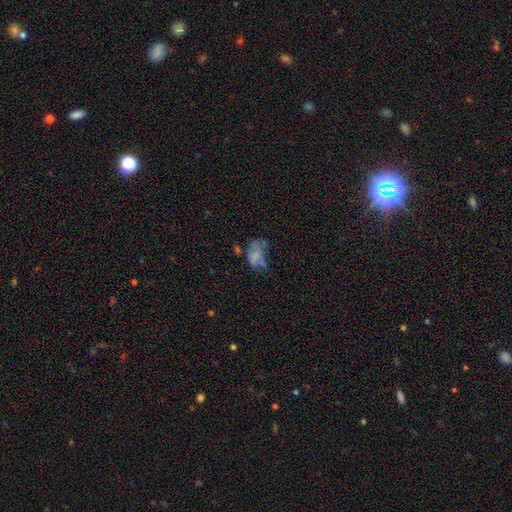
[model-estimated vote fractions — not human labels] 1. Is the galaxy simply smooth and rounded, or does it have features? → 65% smooth, 22% featured or disk, 13% star or artifact.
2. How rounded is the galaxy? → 86% in between, 13% round, 2% cigar-shaped.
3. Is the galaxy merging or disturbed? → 30% minor disturbance, 29% major disturbance, 29% none, 13% merger.